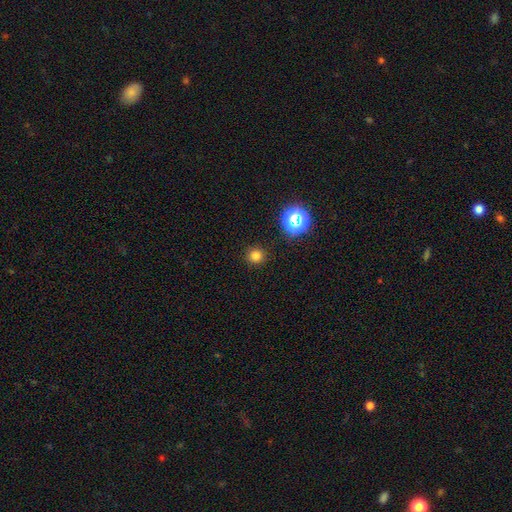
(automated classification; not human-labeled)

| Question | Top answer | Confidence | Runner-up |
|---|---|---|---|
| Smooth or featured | smooth | 77% | star or artifact (19%) |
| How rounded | round | 93% | in between (6%) |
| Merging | none | 91% | minor disturbance (6%) |